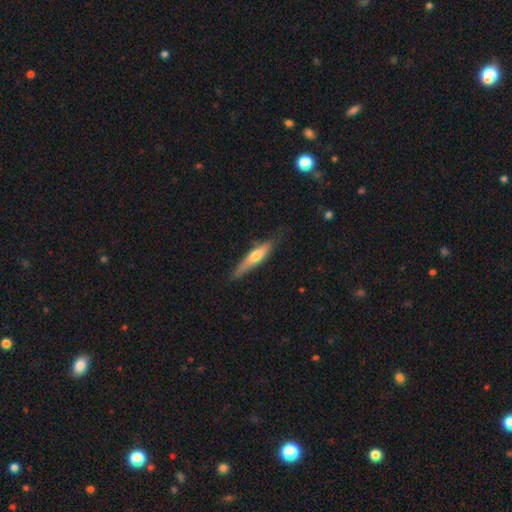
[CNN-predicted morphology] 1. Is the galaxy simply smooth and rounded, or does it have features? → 53% smooth, 41% featured or disk, 5% star or artifact.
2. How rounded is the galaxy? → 82% cigar-shaped, 16% in between, 2% round.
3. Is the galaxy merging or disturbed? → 73% none, 21% minor disturbance, 4% major disturbance, 2% merger.